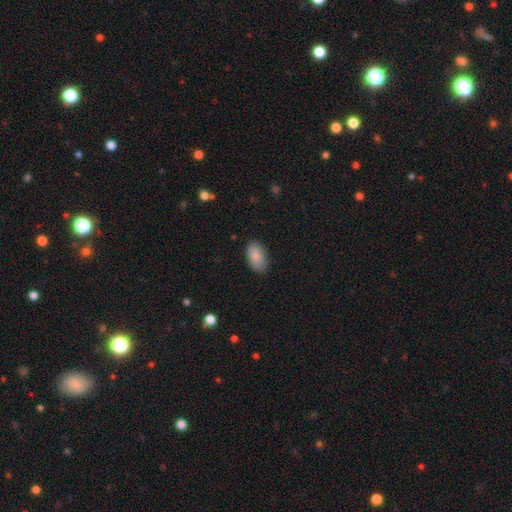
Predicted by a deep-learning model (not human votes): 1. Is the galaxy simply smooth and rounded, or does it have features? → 87% smooth, 7% star or artifact, 6% featured or disk.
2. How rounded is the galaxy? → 94% in between, 4% round, 2% cigar-shaped.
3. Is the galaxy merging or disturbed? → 84% none, 12% minor disturbance, 3% major disturbance, 1% merger.